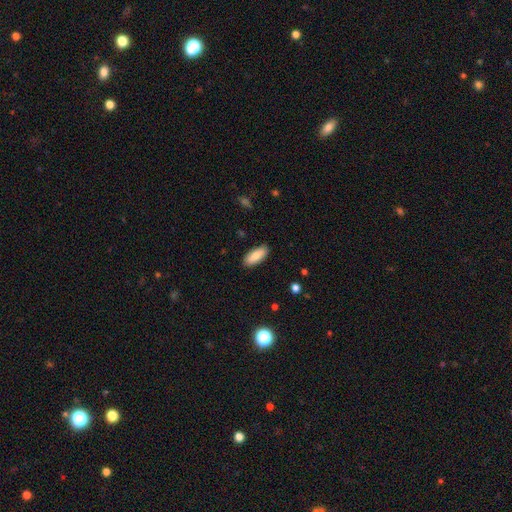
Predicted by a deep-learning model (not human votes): Overall: smooth (83%). How rounded: in between (81%). Merging: none (88%).